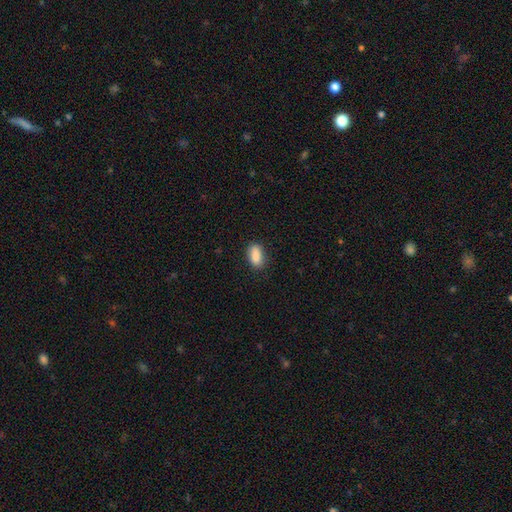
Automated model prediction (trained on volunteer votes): Overall: smooth (87%). How rounded: in between (86%). Merging: none (83%).